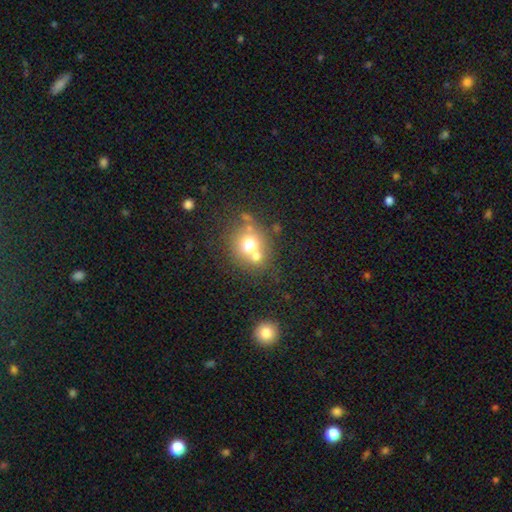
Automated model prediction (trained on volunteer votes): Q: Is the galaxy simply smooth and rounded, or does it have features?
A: smooth — 63%.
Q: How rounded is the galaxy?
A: round — 80%.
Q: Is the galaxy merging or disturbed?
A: none — 51%.